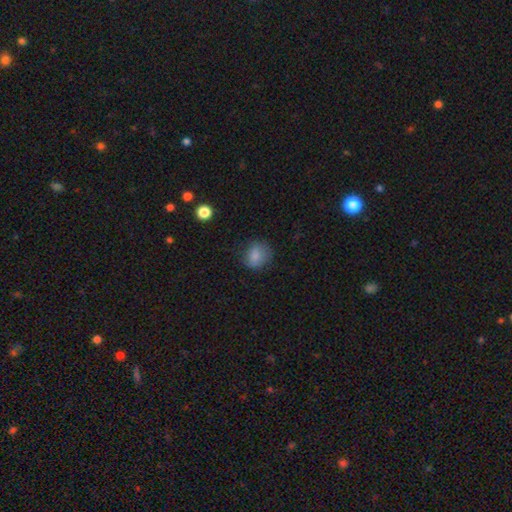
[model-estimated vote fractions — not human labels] A smooth galaxy with no disk features (82%) that is round (69%). Merging: none (70%).